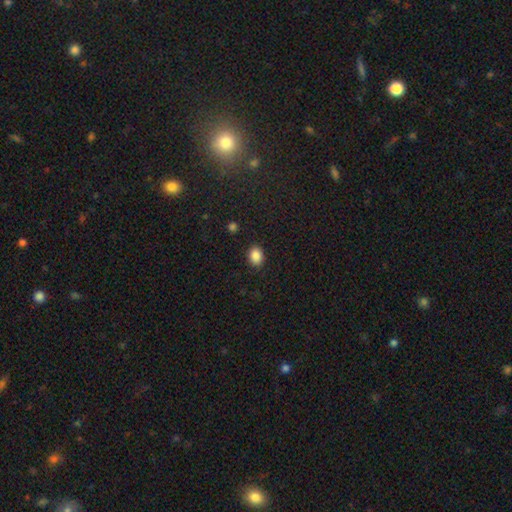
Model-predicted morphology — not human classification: Smooth or featured?
  - smooth: 87% *
  - star or artifact: 9%
  - featured or disk: 4%
How rounded?
  - in between: 56% *
  - round: 43%
  - cigar-shaped: 1%
Merging?
  - none: 88% *
  - minor disturbance: 8%
  - major disturbance: 2%
  - merger: 1%